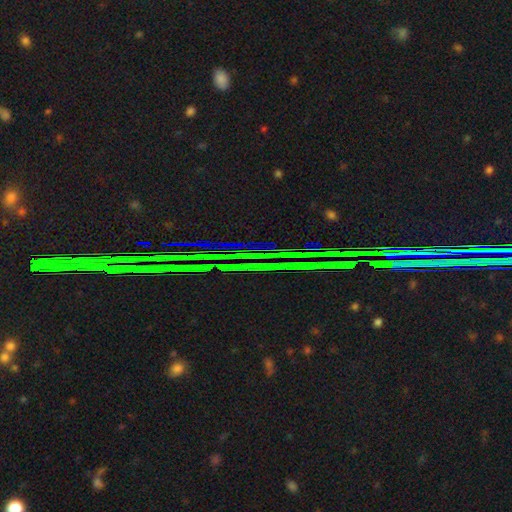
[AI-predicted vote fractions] Smooth or featured?
  - star or artifact: 86% *
  - featured or disk: 7%
  - smooth: 7%